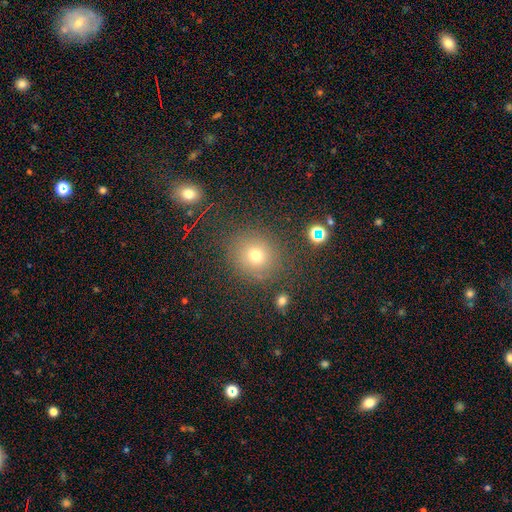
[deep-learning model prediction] smooth 69%, star or artifact 20%, featured or disk 11%. Down the decision tree: how rounded — round (86%); merging — none (83%).